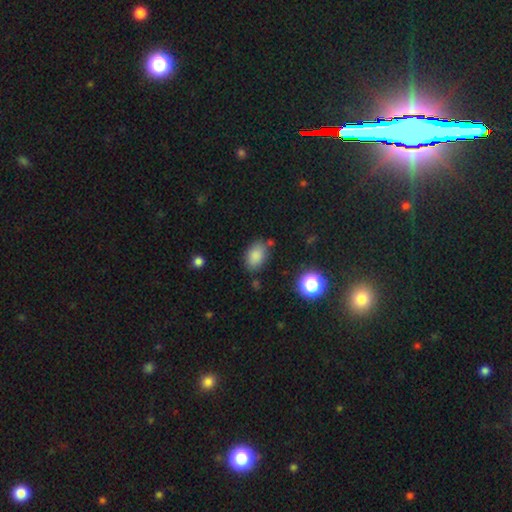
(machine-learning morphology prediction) Q: Smooth or featured?
A: smooth (84%); runner-up: star or artifact (11%)
Q: How rounded?
A: in between (85%); runner-up: round (14%)
Q: Merging?
A: none (75%); runner-up: minor disturbance (16%)